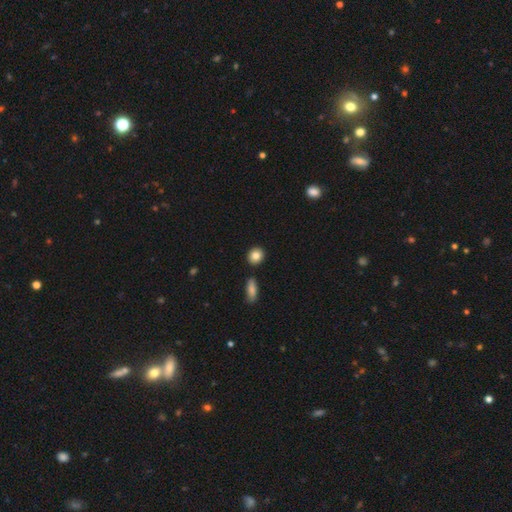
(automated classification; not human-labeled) Overall: smooth (85%). How rounded: round (70%). Merging: none (86%).